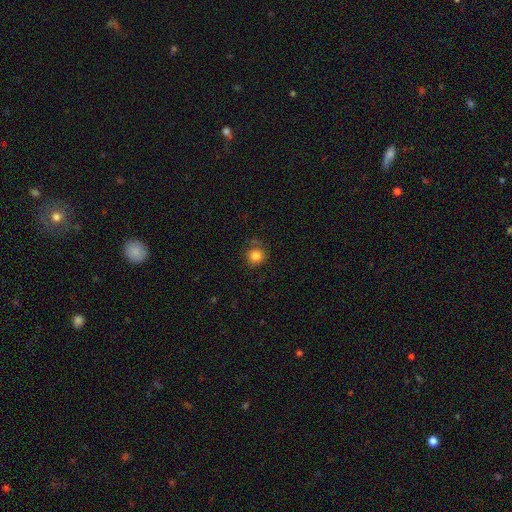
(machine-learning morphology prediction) Smooth or featured? smooth (84%)
How rounded? round (91%)
Merging? none (73%)